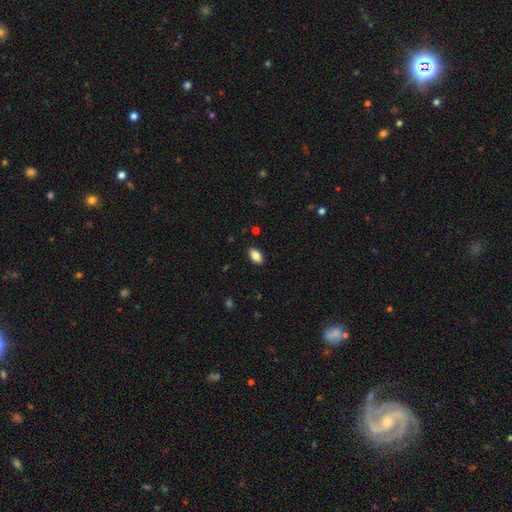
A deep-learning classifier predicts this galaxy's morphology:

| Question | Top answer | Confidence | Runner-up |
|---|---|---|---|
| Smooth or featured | smooth | 85% | star or artifact (8%) |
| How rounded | in between | 92% | round (5%) |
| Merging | none | 89% | minor disturbance (8%) |